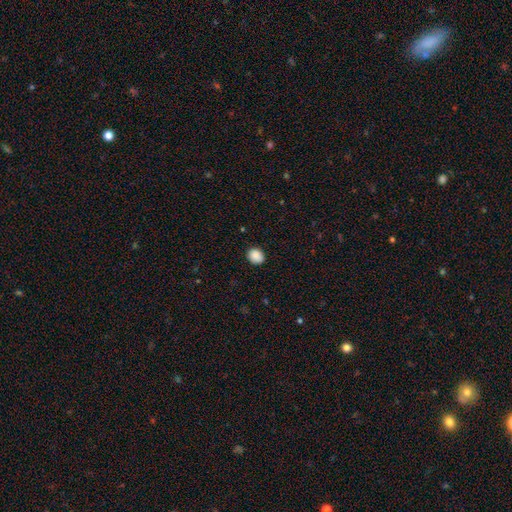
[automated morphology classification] Overall: smooth (89%). How rounded: round (64%; in between 35%). Merging: none (89%).